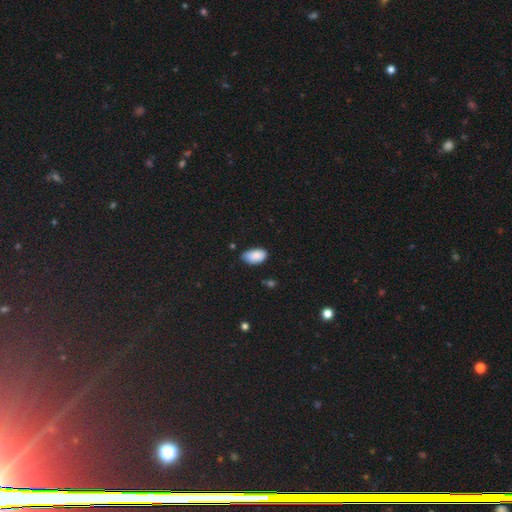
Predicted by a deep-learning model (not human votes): smooth 87%, star or artifact 8%, featured or disk 6%. Down the decision tree: how rounded — in between (93%); merging — none (63%).